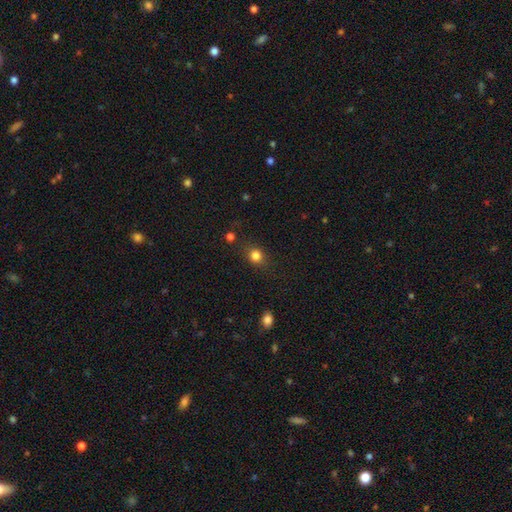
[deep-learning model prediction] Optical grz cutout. It shows a smooth galaxy with no disk features (82%) that is round (74%). Merging: none (81%).